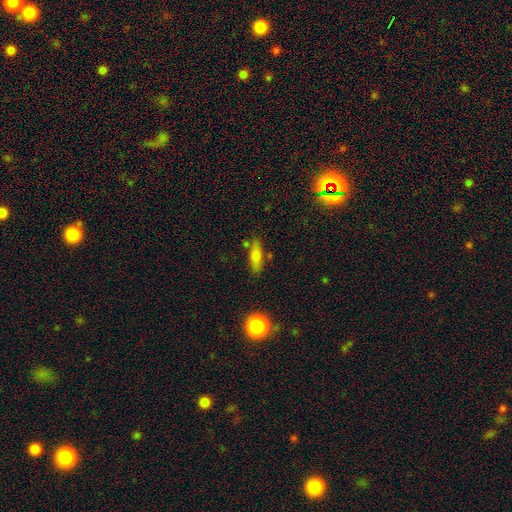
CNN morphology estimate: Q: Smooth or featured?
A: smooth (66%); runner-up: featured or disk (24%)
Q: How rounded?
A: in between (53%); runner-up: cigar-shaped (42%)
Q: Merging?
A: none (75%); runner-up: minor disturbance (14%)